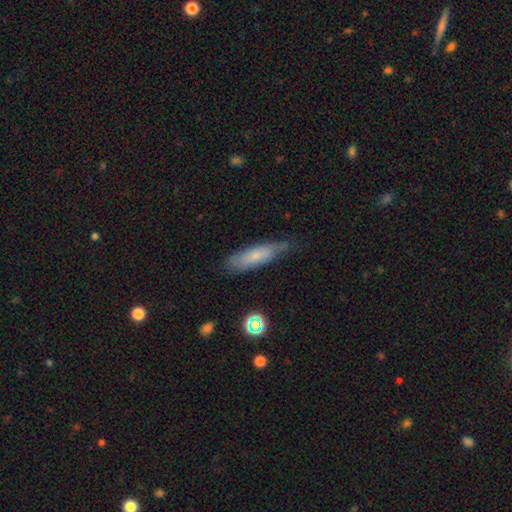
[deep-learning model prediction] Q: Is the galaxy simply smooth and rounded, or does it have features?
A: smooth — 68%.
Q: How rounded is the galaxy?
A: cigar-shaped — 58%.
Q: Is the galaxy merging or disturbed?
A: none — 60%.